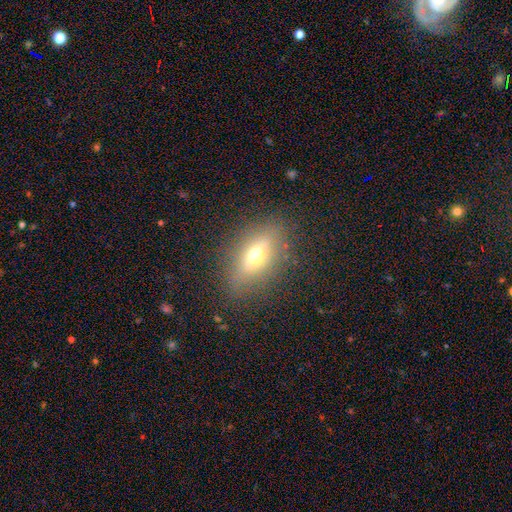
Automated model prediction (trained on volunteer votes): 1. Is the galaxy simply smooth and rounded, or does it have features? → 48% smooth, 40% featured or disk, 12% star or artifact.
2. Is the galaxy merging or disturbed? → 84% none, 11% minor disturbance, 5% major disturbance, 1% merger.